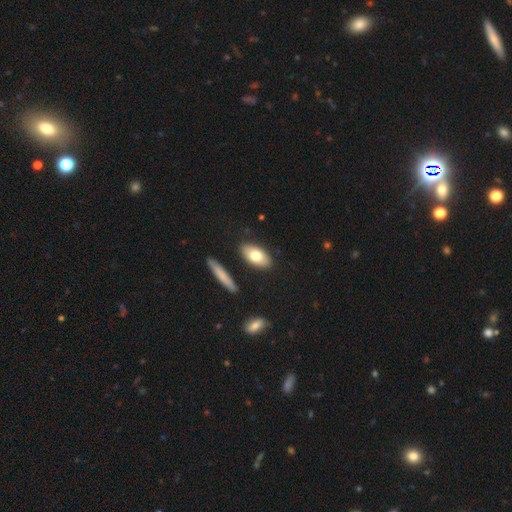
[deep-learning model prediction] A smooth galaxy with no disk features (74%) that is in between round and cigar-shaped (89%).

Vote fractions:
- Smooth or featured? smooth: 74% / featured or disk: 19% / star or artifact: 6%
- How rounded? in between: 89% / cigar-shaped: 7% / round: 4%
- Merging? none: 84% / minor disturbance: 10% / merger: 4% / major disturbance: 2%